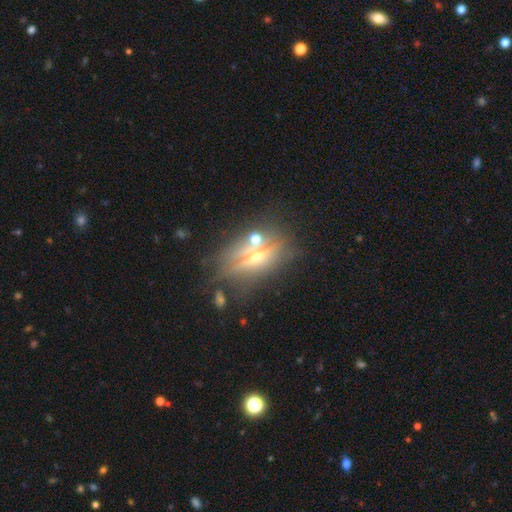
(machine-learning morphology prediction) This appears to be a featured or disk galaxy (58%) viewed edge-on (75%). Merging: none (69%).